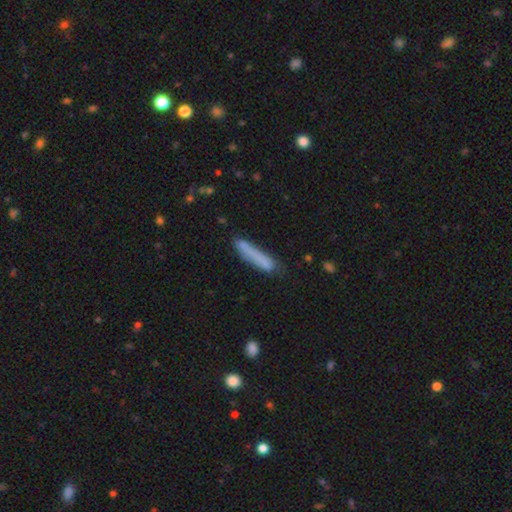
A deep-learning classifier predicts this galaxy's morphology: This appears to be a smooth galaxy with no disk features (75%) that is cigar-shaped (92%). Merging: none (75%).